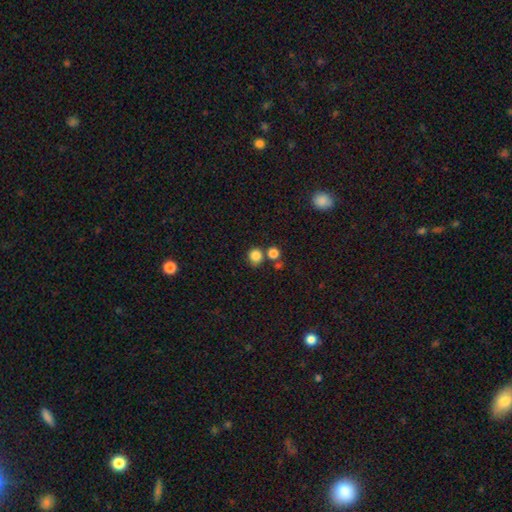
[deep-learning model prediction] Smooth or featured? smooth (84%)
How rounded? round (86%)
Merging? none (69%)